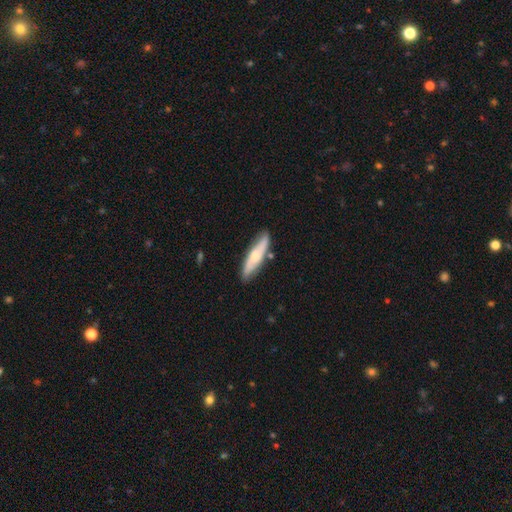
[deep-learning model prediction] Morphology: type=smooth (50%); merging=none (79%).